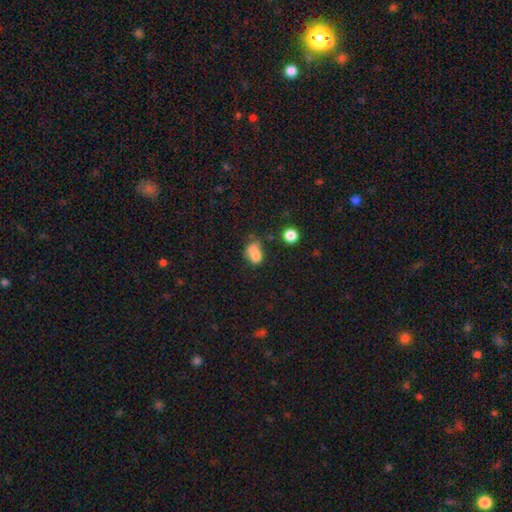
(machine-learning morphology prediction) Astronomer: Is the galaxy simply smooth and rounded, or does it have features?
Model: smooth — 72%.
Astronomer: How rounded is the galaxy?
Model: in between — 64%.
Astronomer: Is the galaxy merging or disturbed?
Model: merger — 40% (runner-up: none, 28%).